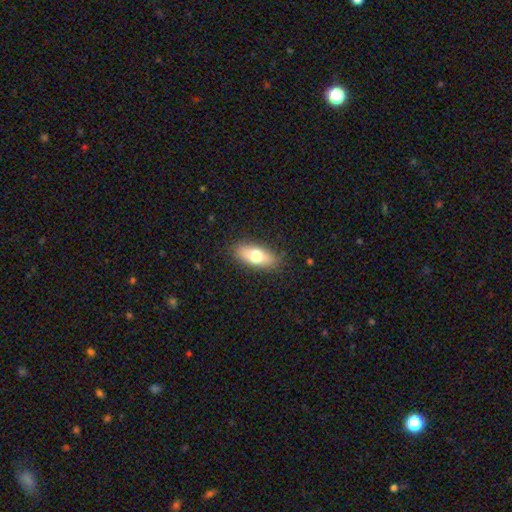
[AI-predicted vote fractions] Smooth or featured?
  - smooth: 70% *
  - featured or disk: 23%
  - star or artifact: 7%
How rounded?
  - in between: 79% *
  - cigar-shaped: 16%
  - round: 5%
Merging?
  - none: 85% *
  - minor disturbance: 11%
  - major disturbance: 3%
  - merger: 1%